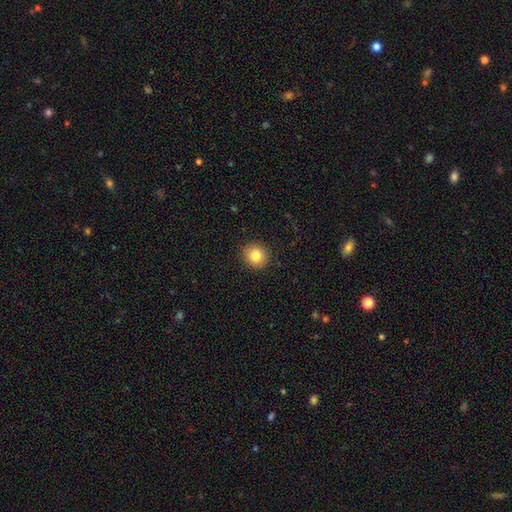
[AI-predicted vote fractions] This is clearly a smooth galaxy (82%). How rounded: clearly round (90%). Merging: clearly none (91%).